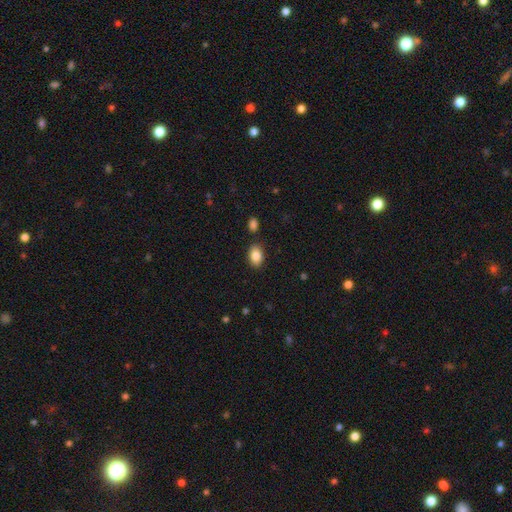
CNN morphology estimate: smooth 86%, star or artifact 8%, featured or disk 7%. Down the decision tree: how rounded — in between (88%); merging — none (84%).